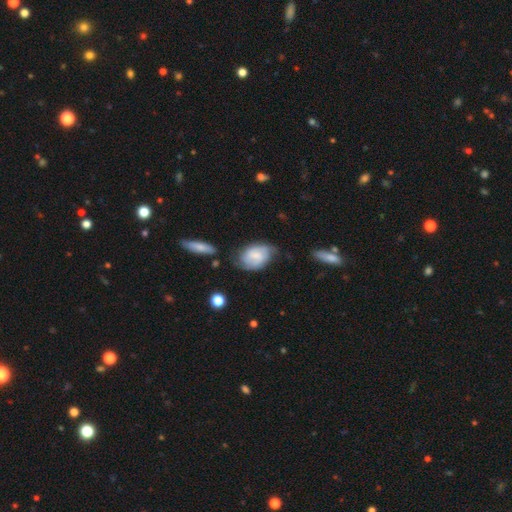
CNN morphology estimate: Smooth or featured? Predicted: featured or disk (p=0.53). Edge-on disk? Predicted: no (p=0.96). Bar? Predicted: weak (p=0.52). Spiral arms? Predicted: yes (p=0.87). Bulge size? Predicted: small (p=0.44). Merging? Predicted: none (p=0.59).